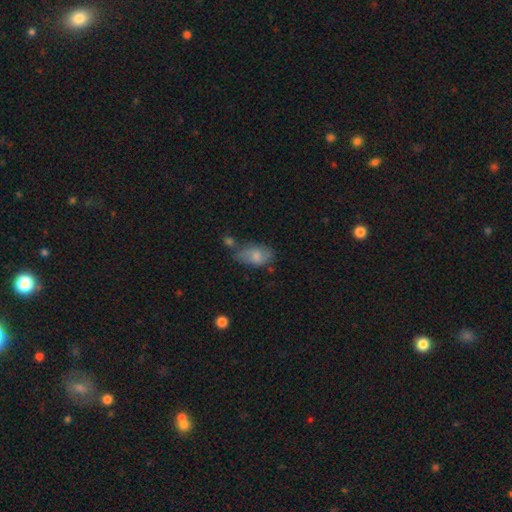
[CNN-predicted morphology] This appears to be a smooth galaxy with no disk features (71%) that is in between round and cigar-shaped (90%). Merging: none (42%).